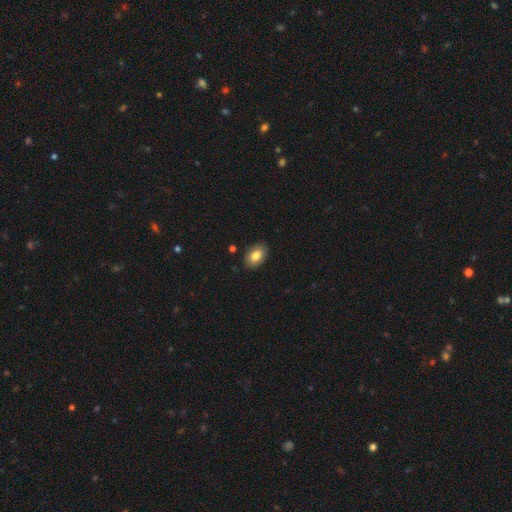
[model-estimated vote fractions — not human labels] The model was most divided on "smooth or featured": smooth: 82%, featured or disk: 10%, star or artifact: 7%. More confident: how rounded — in between (89%); merging — none (88%).